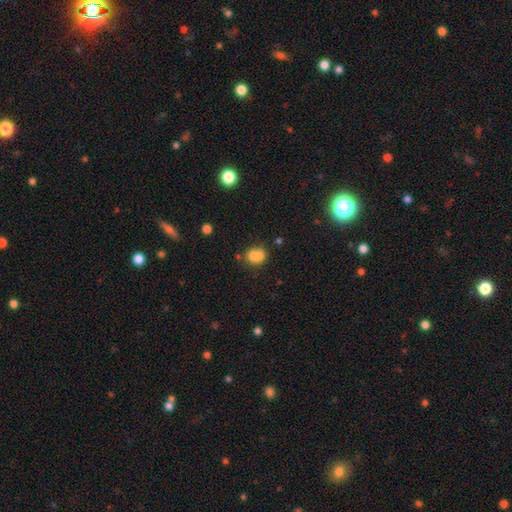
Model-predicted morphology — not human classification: A smooth galaxy with no disk features (73%) that is round (60%).

Vote fractions:
- Smooth or featured? smooth: 73% / featured or disk: 15% / star or artifact: 12%
- How rounded? round: 60% / in between: 39% / cigar-shaped: 1%
- Merging? merger: 48% / none: 36% / minor disturbance: 11% / major disturbance: 5%